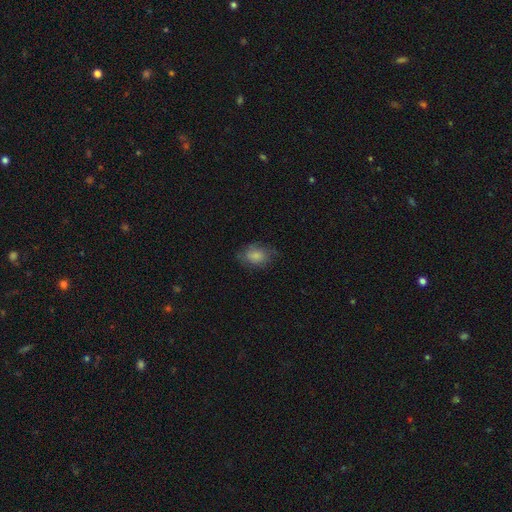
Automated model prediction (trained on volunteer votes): Q: Smooth or featured?
A: smooth (76%); runner-up: featured or disk (16%)
Q: How rounded?
A: in between (72%); runner-up: round (27%)
Q: Merging?
A: none (64%); runner-up: minor disturbance (25%)